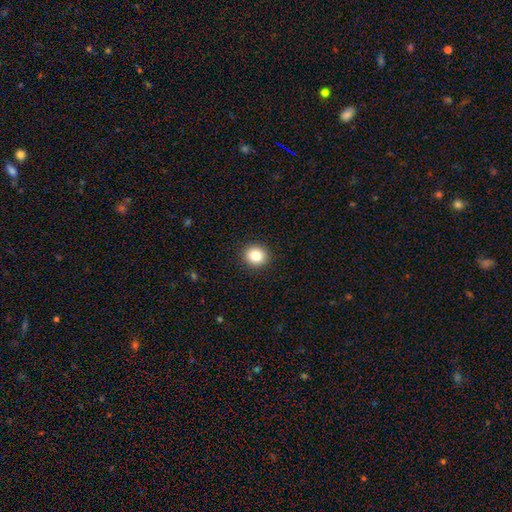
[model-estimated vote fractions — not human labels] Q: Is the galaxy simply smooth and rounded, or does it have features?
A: smooth — 84%.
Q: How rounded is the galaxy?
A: round — 86%.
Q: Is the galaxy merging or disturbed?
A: none — 92%.